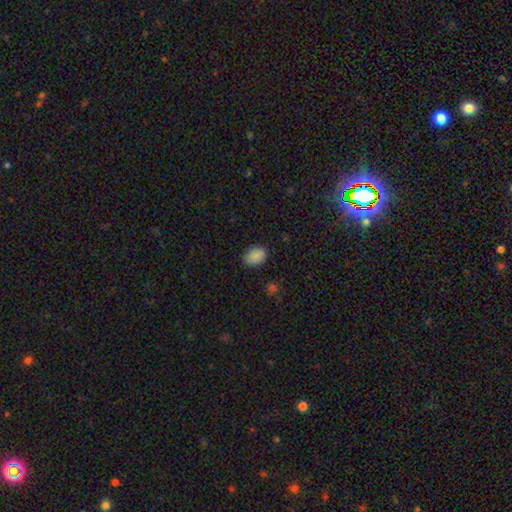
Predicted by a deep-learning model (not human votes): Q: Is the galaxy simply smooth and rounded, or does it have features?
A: smooth — 88%.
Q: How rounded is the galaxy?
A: in between — 83%.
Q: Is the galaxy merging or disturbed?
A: none — 84%.